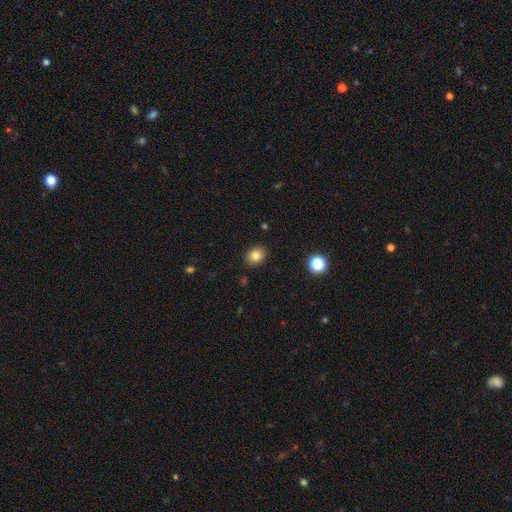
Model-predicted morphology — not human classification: smooth-or-featured: smooth: 82% | star or artifact: 10% | featured or disk: 8%
  how-rounded: in between: 55% | round: 44% | cigar-shaped: 1%
  merging: none: 89% | minor disturbance: 8% | major disturbance: 2% | merger: 1%